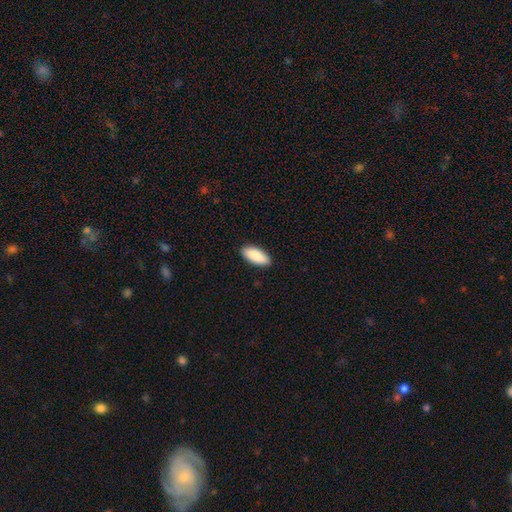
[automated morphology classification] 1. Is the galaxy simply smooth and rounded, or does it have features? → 88% smooth, 7% featured or disk, 5% star or artifact.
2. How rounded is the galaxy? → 83% in between, 15% cigar-shaped, 2% round.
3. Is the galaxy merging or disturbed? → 90% none, 8% minor disturbance, 2% major disturbance, 1% merger.